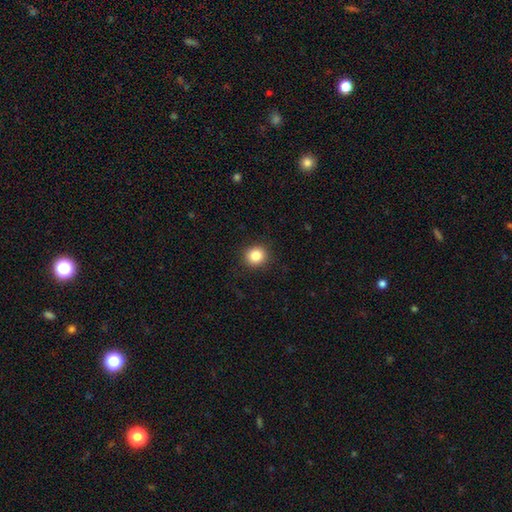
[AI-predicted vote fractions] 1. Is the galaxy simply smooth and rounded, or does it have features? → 84% smooth, 10% star or artifact, 5% featured or disk.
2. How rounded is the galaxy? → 89% round, 10% in between, 1% cigar-shaped.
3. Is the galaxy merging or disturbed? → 91% none, 6% minor disturbance, 2% major disturbance, 1% merger.